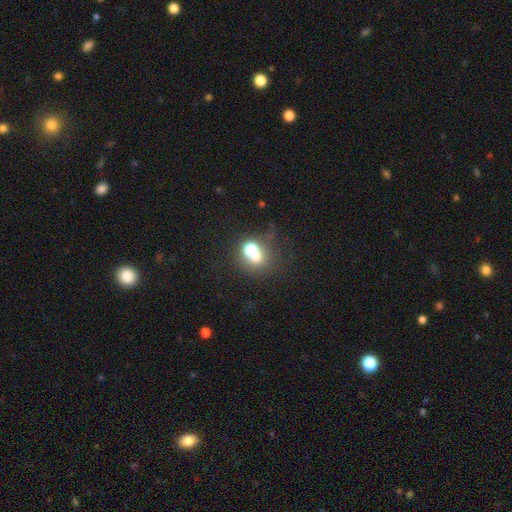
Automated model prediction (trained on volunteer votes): This is possibly a smooth galaxy (59%). How rounded: likely round (70%). Merging: possibly merger (45%).